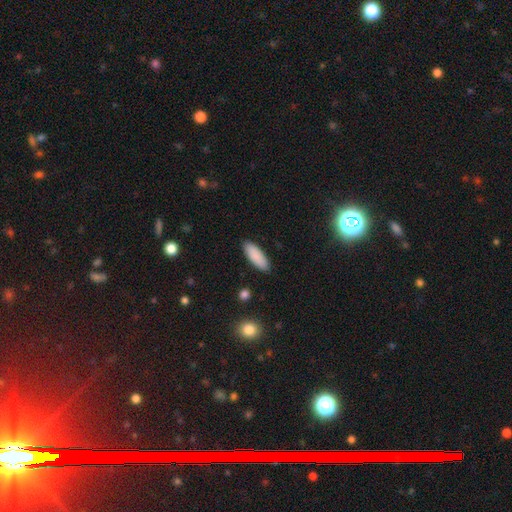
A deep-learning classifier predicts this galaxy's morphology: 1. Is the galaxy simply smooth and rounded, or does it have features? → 89% smooth, 6% star or artifact, 5% featured or disk.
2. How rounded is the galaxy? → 69% in between, 29% cigar-shaped, 2% round.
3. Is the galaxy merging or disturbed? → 88% none, 9% minor disturbance, 2% major disturbance, 1% merger.